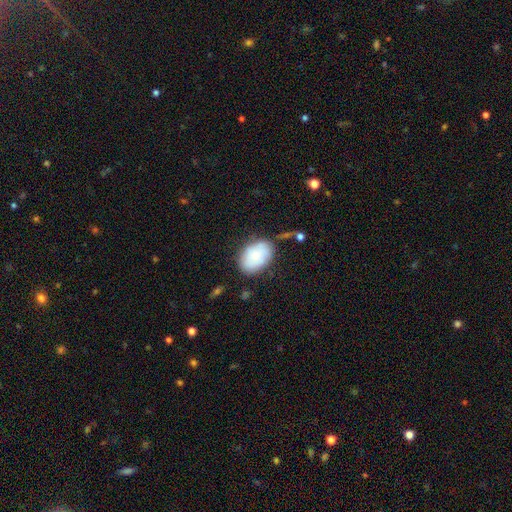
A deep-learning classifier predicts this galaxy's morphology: Q: Smooth or featured?
A: smooth (72%); runner-up: featured or disk (21%)
Q: How rounded?
A: in between (84%); runner-up: round (15%)
Q: Merging?
A: none (70%); runner-up: minor disturbance (20%)